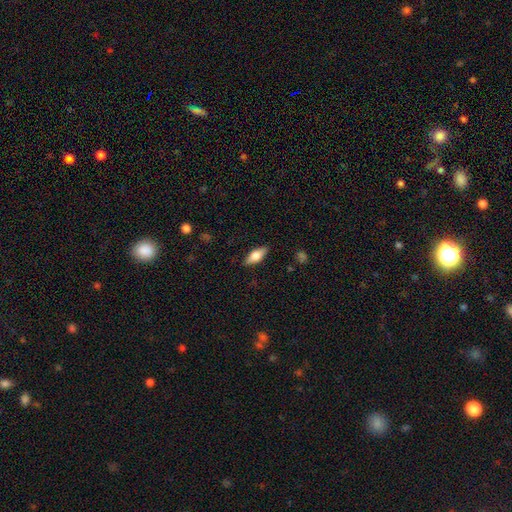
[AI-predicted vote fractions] smooth_or_featured: smooth (p=0.64) [alt: featured or disk p=0.29]
how_rounded: in between (p=0.73) [alt: cigar-shaped p=0.24]
merging: none (p=0.86) [alt: minor disturbance p=0.11]